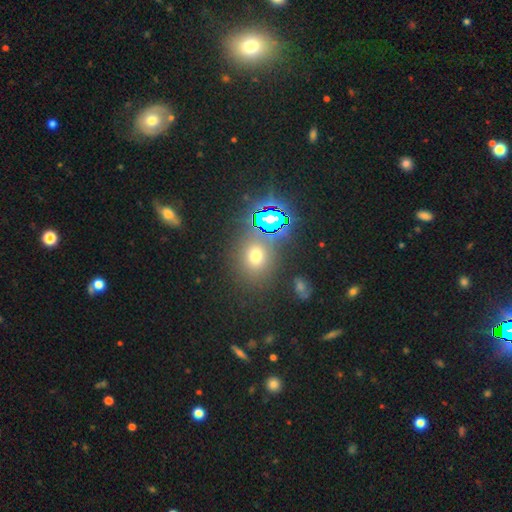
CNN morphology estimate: Overall: smooth (60%; star or artifact 31%). How rounded: round (70%). Merging: none (79%).